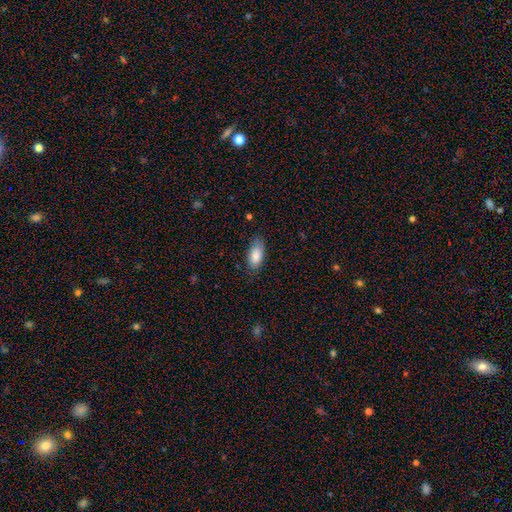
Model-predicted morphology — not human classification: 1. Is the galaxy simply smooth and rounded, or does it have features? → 86% smooth, 8% featured or disk, 7% star or artifact.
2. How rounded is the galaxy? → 89% in between, 9% cigar-shaped, 2% round.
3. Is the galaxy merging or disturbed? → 76% none, 19% minor disturbance, 4% major disturbance, 1% merger.